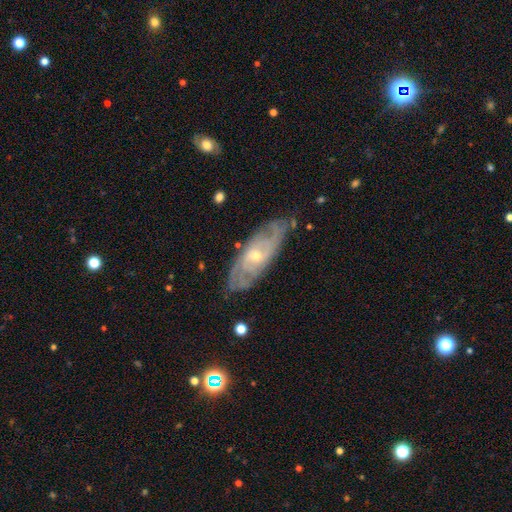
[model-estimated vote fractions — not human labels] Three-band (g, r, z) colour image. It shows a featured or disk galaxy (84%) with no bar (69%), tight (67%) spiral arms (94%) and a small central bulge (59%). Merging: none (78%).